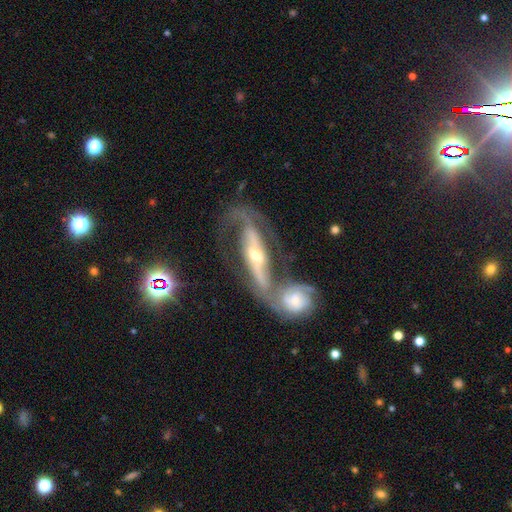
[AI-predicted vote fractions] Smooth or featured? featured or disk (85%)
Edge-on disk? no (82%)
Bar? strong (42%)
Spiral arms? yes (92%)
Spiral winding? loose (41%)
Spiral arm count? 2 (81%)
Bulge size? moderate (62%)
Merging? merger (64%)